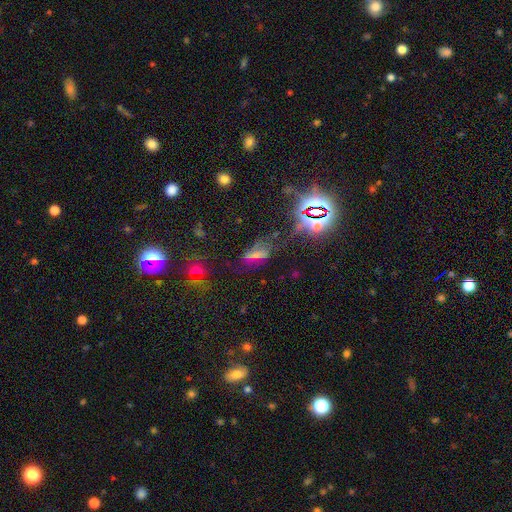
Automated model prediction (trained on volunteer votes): Smooth or featured?
  - smooth: 42% *
  - star or artifact: 34%
  - featured or disk: 24%
Merging?
  - none: 48% *
  - minor disturbance: 23%
  - major disturbance: 22%
  - merger: 7%